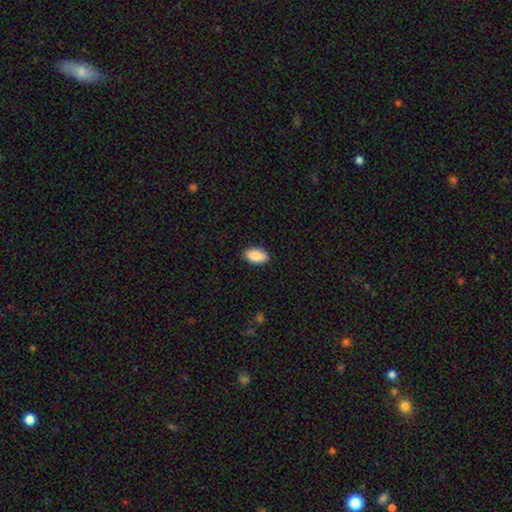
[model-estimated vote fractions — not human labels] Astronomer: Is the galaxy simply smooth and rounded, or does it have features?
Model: smooth — 90%.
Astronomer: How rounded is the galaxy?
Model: in between — 94%.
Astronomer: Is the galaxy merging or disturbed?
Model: none — 89%.